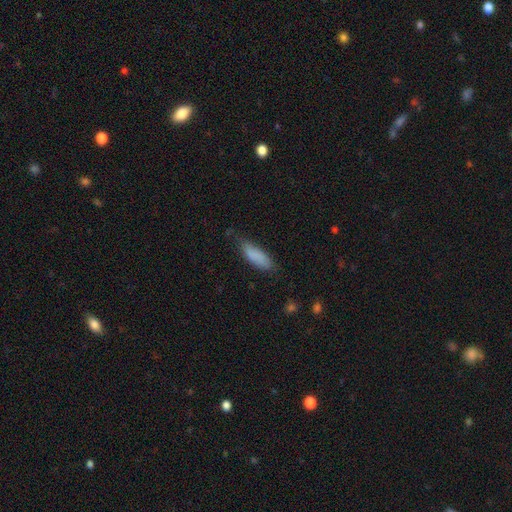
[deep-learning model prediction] The model was most divided on "how rounded": in between: 56%, cigar-shaped: 42%, round: 2%. More confident: smooth or featured — smooth (86%); merging — none (66%).